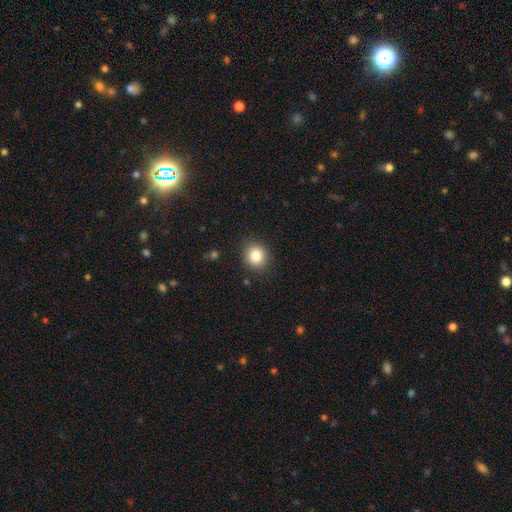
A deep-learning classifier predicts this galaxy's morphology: Smooth or featured?
  - smooth: 83% *
  - star or artifact: 11%
  - featured or disk: 6%
How rounded?
  - round: 80% *
  - in between: 20%
  - cigar-shaped: 1%
Merging?
  - none: 88% *
  - minor disturbance: 8%
  - major disturbance: 2%
  - merger: 1%